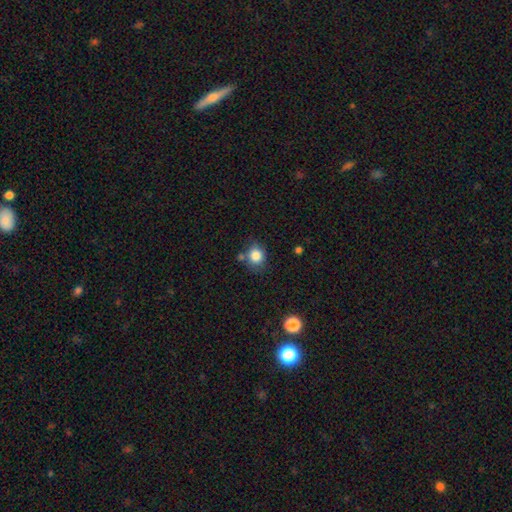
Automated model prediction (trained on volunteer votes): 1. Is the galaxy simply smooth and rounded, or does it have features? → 83% smooth, 10% star or artifact, 7% featured or disk.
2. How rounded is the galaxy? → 73% round, 26% in between, 1% cigar-shaped.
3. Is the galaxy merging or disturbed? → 68% none, 16% minor disturbance, 11% merger, 5% major disturbance.